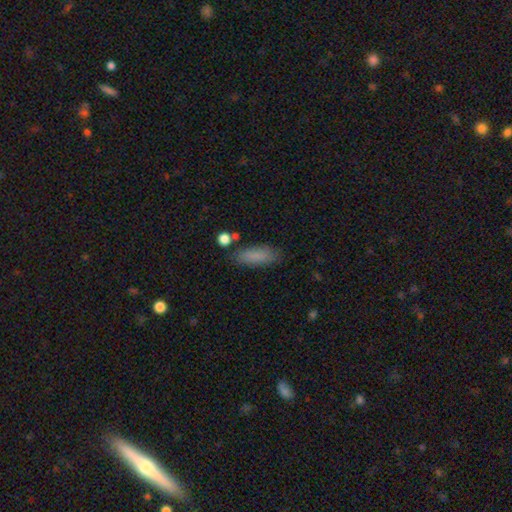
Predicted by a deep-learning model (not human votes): A smooth galaxy with no disk features (85%) that is in between round and cigar-shaped (60%).

Vote fractions:
- Smooth or featured? smooth: 85% / star or artifact: 8% / featured or disk: 7%
- How rounded? in between: 60% / cigar-shaped: 37% / round: 3%
- Merging? none: 80% / minor disturbance: 12% / merger: 4% / major disturbance: 3%